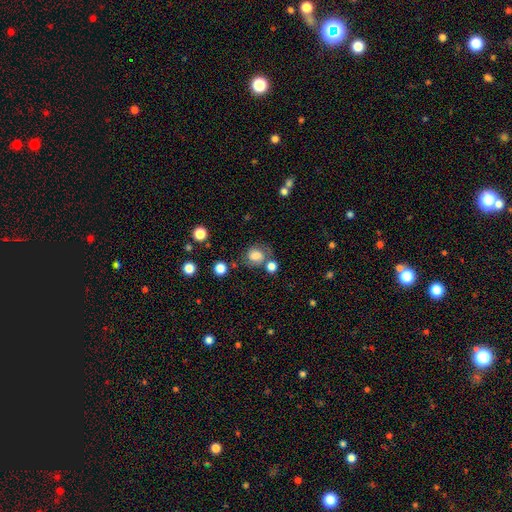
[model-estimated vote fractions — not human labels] smooth-or-featured: smooth: 65% | featured or disk: 23% | star or artifact: 12%
  how-rounded: round: 65% | in between: 34% | cigar-shaped: 1%
  merging: none: 55% | minor disturbance: 20% | merger: 14% | major disturbance: 11%